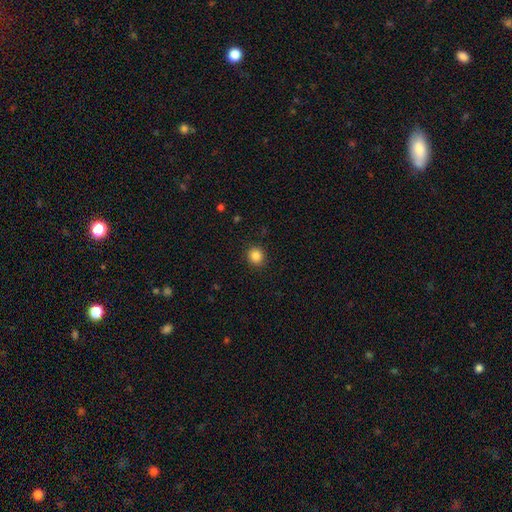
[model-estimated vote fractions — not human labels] A smooth galaxy with no disk features (86%) that is round (88%). Merging: none (91%).